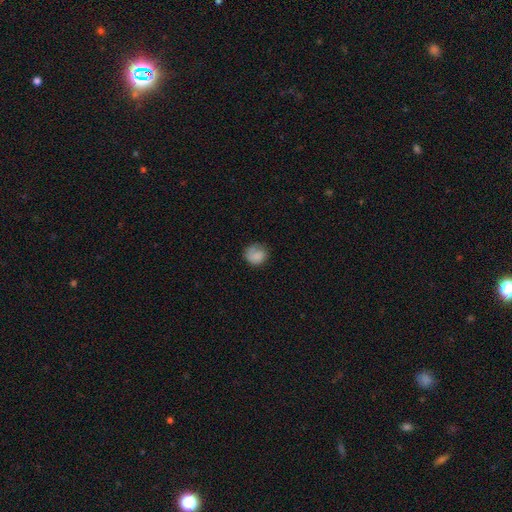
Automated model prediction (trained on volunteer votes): The model was most divided on "merging": none: 66%, minor disturbance: 23%, major disturbance: 9%, merger: 2%. More confident: how rounded — round (82%); smooth or featured — smooth (81%).